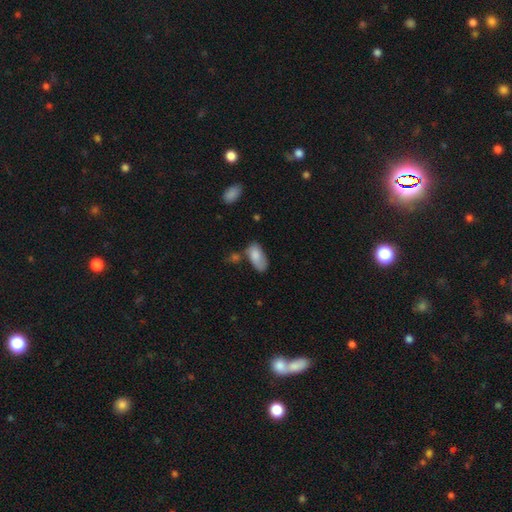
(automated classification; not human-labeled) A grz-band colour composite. It shows a smooth galaxy with no disk features (81%) that is in between round and cigar-shaped (92%). Merging: none (45%).